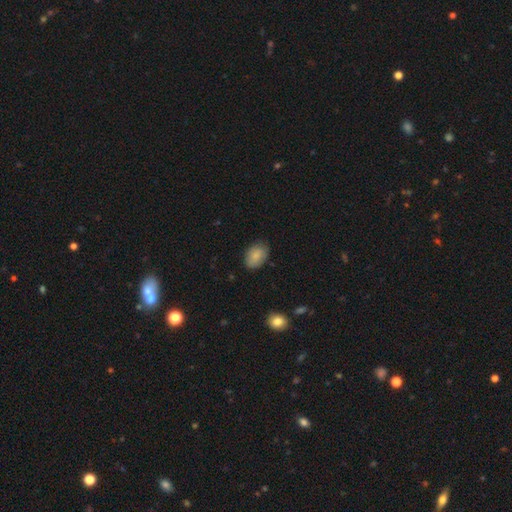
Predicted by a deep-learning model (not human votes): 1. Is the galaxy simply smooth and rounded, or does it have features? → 84% smooth, 9% featured or disk, 7% star or artifact.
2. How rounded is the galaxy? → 83% in between, 16% round, 1% cigar-shaped.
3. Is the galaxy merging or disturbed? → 78% none, 18% minor disturbance, 3% major disturbance, 1% merger.